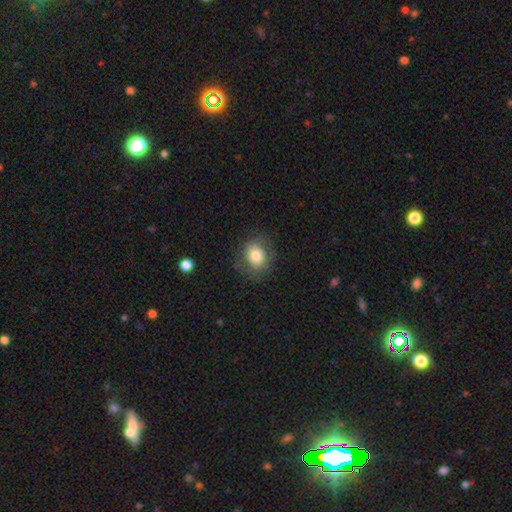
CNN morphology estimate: smooth_or_featured: smooth (p=0.77) [alt: featured or disk p=0.14]
how_rounded: round (p=0.61) [alt: in between p=0.38]
merging: none (p=0.77) [alt: minor disturbance p=0.16]